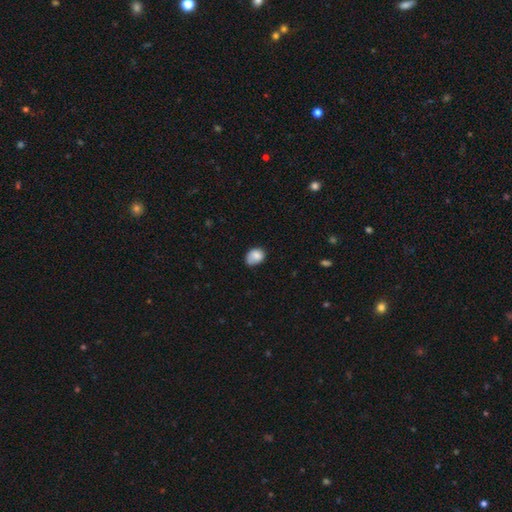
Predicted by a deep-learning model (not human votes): smooth 83%, featured or disk 9%, star or artifact 8%. Down the decision tree: how rounded — in between (65%); merging — none (52%).